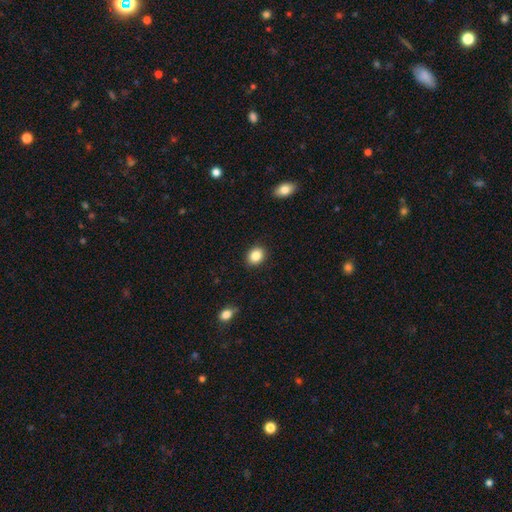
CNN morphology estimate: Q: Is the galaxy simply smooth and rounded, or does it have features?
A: smooth — 86%.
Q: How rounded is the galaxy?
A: round — 55%.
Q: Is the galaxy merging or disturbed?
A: none — 90%.